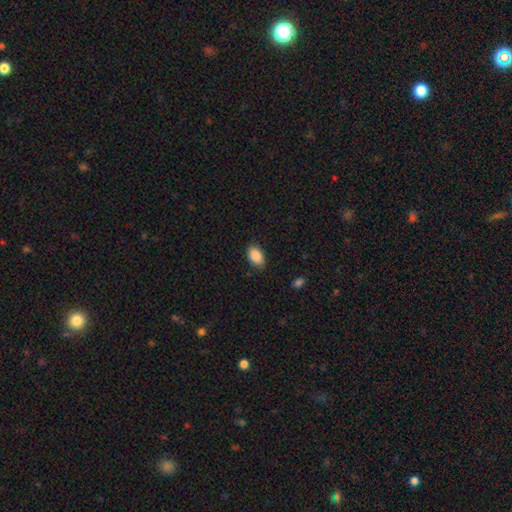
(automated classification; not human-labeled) smooth-or-featured: smooth: 90% | star or artifact: 7% | featured or disk: 3%
  how-rounded: in between: 92% | round: 7% | cigar-shaped: 1%
  merging: none: 81% | minor disturbance: 14% | major disturbance: 3% | merger: 1%